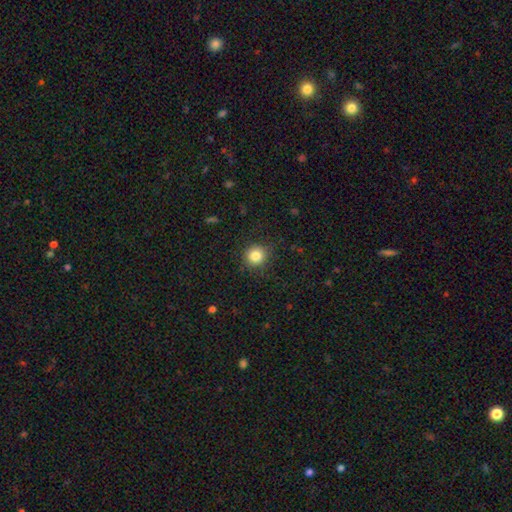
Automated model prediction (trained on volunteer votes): Morphology: type=smooth (84%); roundness=round (91%); merging=none (88%).